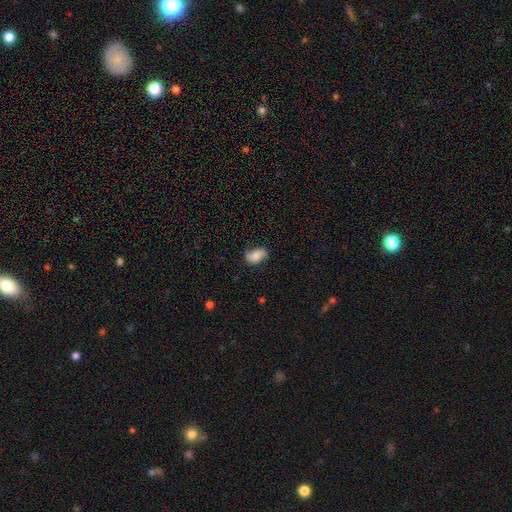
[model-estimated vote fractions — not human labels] This appears to be a smooth galaxy with no disk features (53%) that is in between round and cigar-shaped (87%). Merging: none (66%).